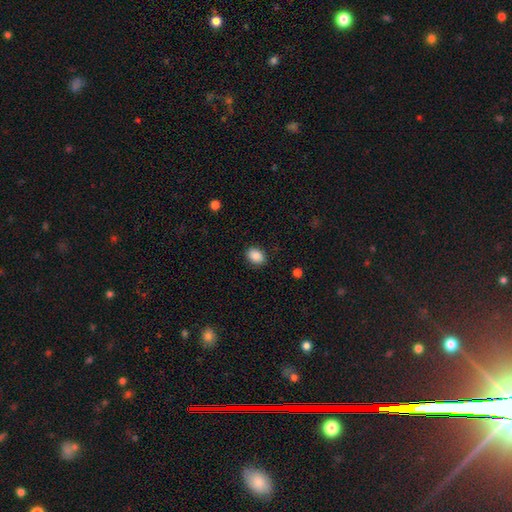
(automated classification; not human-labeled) Smooth or featured?
  - smooth: 89% *
  - star or artifact: 8%
  - featured or disk: 3%
How rounded?
  - in between: 72% *
  - round: 27%
  - cigar-shaped: 1%
Merging?
  - none: 87% *
  - minor disturbance: 9%
  - major disturbance: 3%
  - merger: 1%